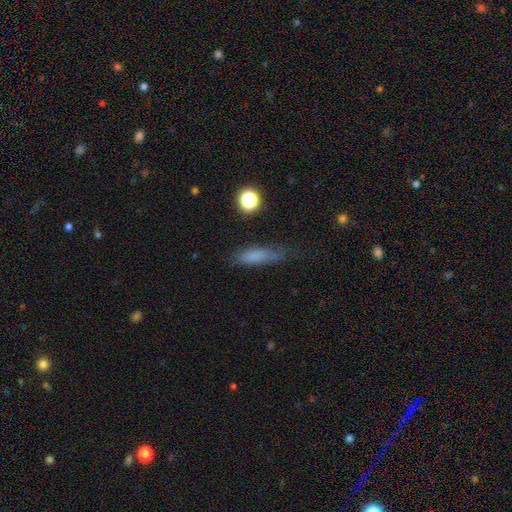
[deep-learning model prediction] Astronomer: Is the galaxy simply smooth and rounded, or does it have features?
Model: smooth — 74%.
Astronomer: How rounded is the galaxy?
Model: cigar-shaped — 62%.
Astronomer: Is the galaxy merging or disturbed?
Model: none — 63%.